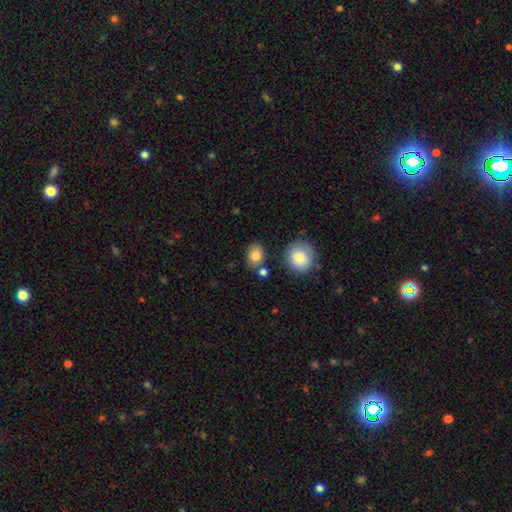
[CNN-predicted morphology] Overall: smooth (80%). How rounded: in between (53%; round 46%). Merging: none (76%).